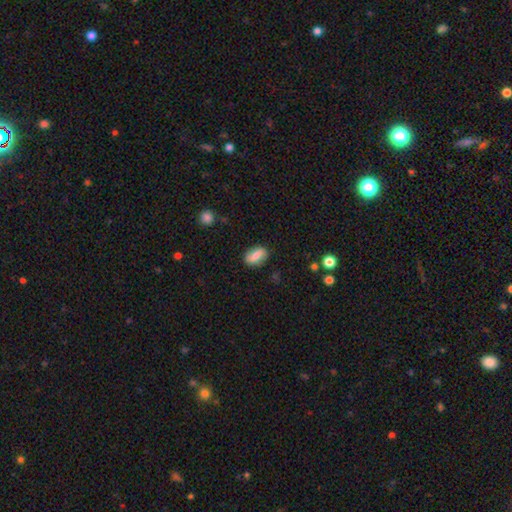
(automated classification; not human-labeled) Q: Smooth or featured?
A: smooth (71%); runner-up: featured or disk (22%)
Q: How rounded?
A: in between (84%); runner-up: round (10%)
Q: Merging?
A: none (85%); runner-up: minor disturbance (11%)